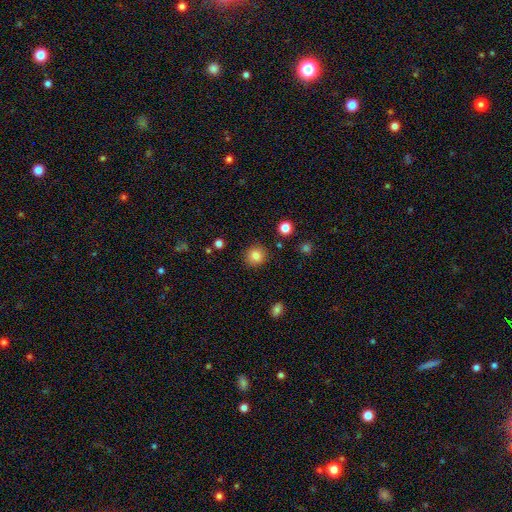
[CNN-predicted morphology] Smooth or featured? Predicted: smooth (p=0.83). How rounded? Predicted: round (p=0.91). Merging? Predicted: none (p=0.90).